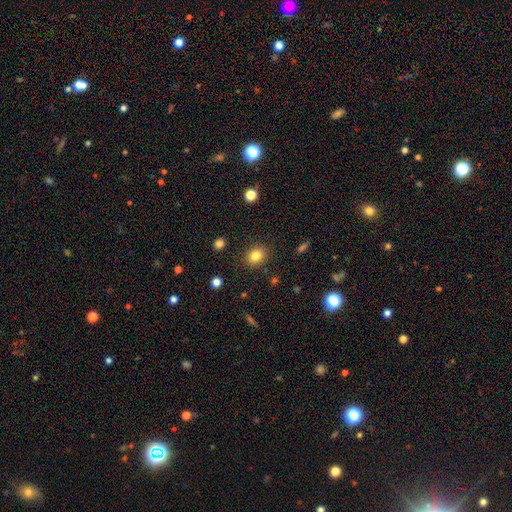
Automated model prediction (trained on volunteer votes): Morphology: type=smooth (82%); roundness=round (55%); merging=none (88%).